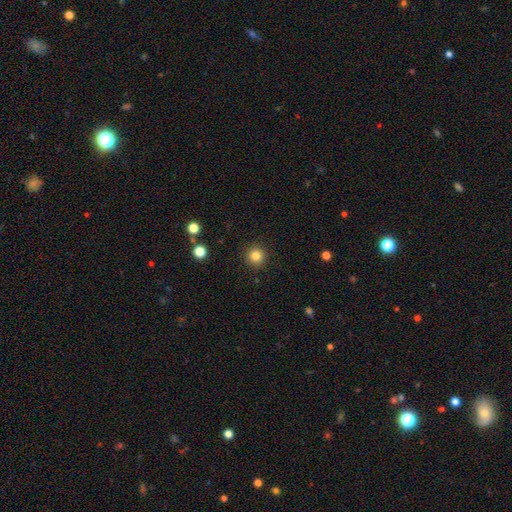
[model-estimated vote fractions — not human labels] smooth_or_featured: smooth (p=0.84) [alt: star or artifact p=0.12]
how_rounded: round (p=0.95) [alt: in between p=0.04]
merging: none (p=0.92) [alt: minor disturbance p=0.05]